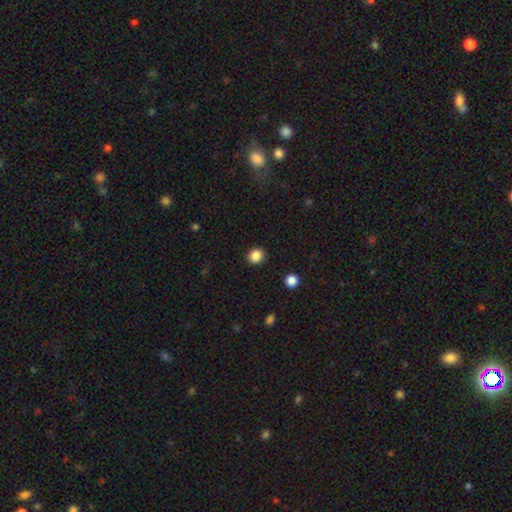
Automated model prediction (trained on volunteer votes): The model was most divided on "how rounded": round: 87%, in between: 12%, cigar-shaped: 1%. More confident: merging — none (92%); smooth or featured — smooth (86%).